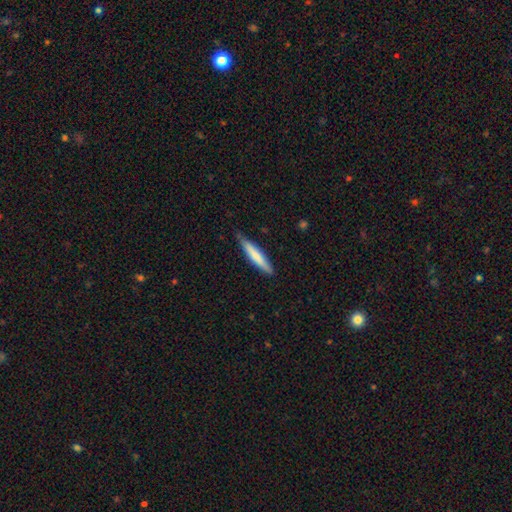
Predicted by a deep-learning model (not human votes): This is likely a smooth galaxy (69%). How rounded: clearly cigar-shaped (91%). Merging: likely none (78%).